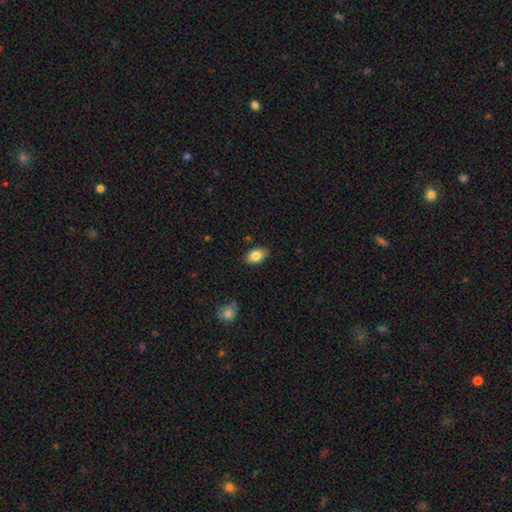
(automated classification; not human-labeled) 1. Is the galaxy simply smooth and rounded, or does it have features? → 83% smooth, 9% featured or disk, 8% star or artifact.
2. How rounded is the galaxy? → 89% in between, 10% round, 2% cigar-shaped.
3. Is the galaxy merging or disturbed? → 86% none, 11% minor disturbance, 2% major disturbance, 1% merger.